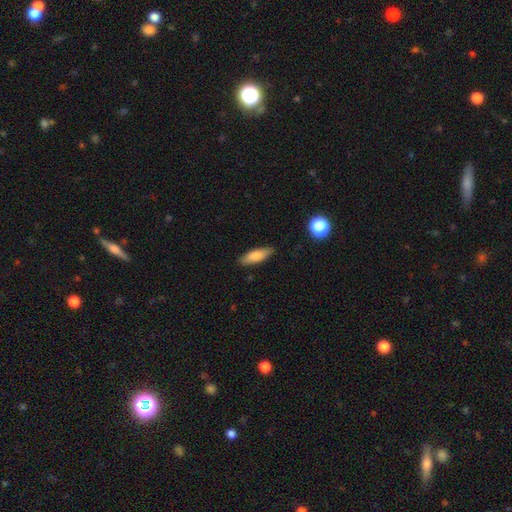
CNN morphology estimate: Smooth or featured? smooth (79%)
How rounded? in between (55%)
Merging? none (85%)